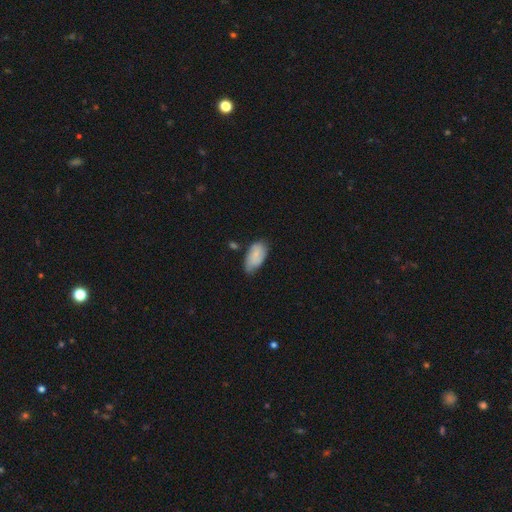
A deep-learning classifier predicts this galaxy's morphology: Q: Smooth or featured?
A: smooth (72%); runner-up: featured or disk (21%)
Q: How rounded?
A: in between (93%); runner-up: round (3%)
Q: Merging?
A: none (53%); runner-up: minor disturbance (35%)